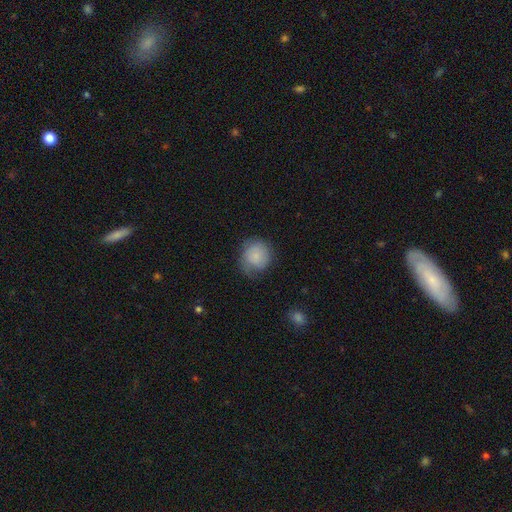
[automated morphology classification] The model was most divided on "merging": none: 57%, minor disturbance: 29%, major disturbance: 12%, merger: 2%. More confident: how rounded — round (83%); smooth or featured — smooth (76%).